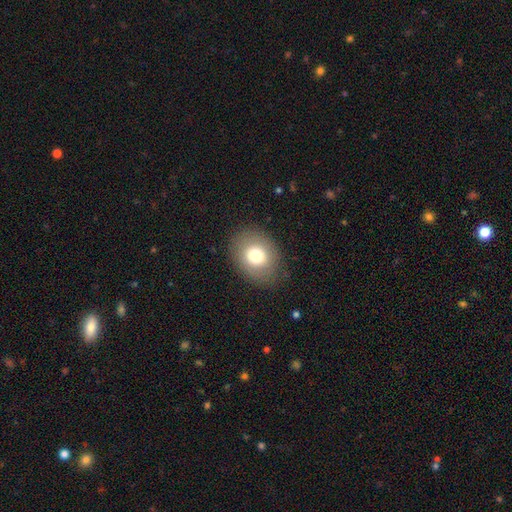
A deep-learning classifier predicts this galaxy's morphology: smooth-or-featured: smooth: 75% | featured or disk: 15% | star or artifact: 10%
  how-rounded: in between: 52% | round: 47% | cigar-shaped: 1%
  merging: none: 84% | minor disturbance: 11% | major disturbance: 4% | merger: 1%